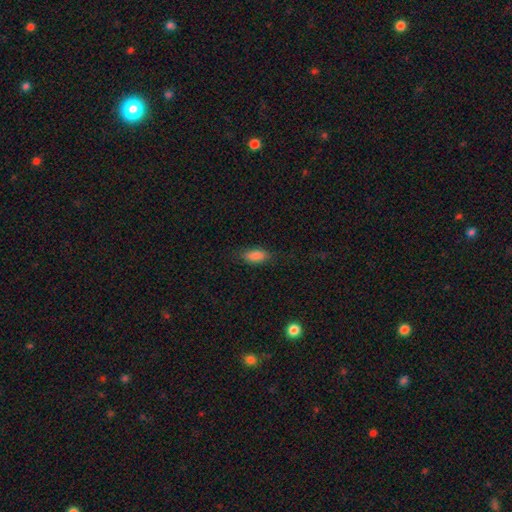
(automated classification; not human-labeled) Q: Smooth or featured?
A: smooth (85%); runner-up: star or artifact (8%)
Q: How rounded?
A: in between (87%); runner-up: cigar-shaped (10%)
Q: Merging?
A: none (81%); runner-up: minor disturbance (14%)